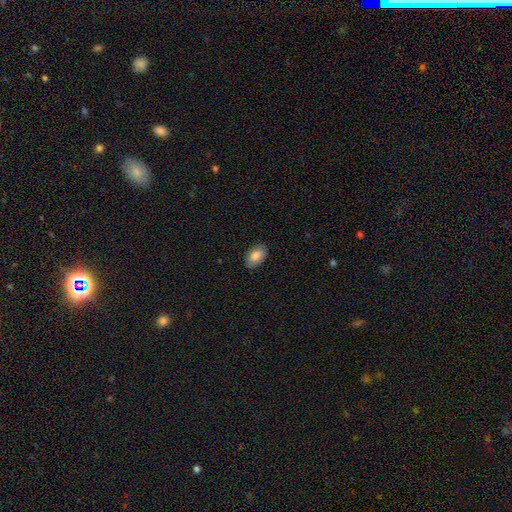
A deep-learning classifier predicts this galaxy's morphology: This appears to be a smooth galaxy with no disk features (79%) that is in between round and cigar-shaped (92%). Merging: none (85%).